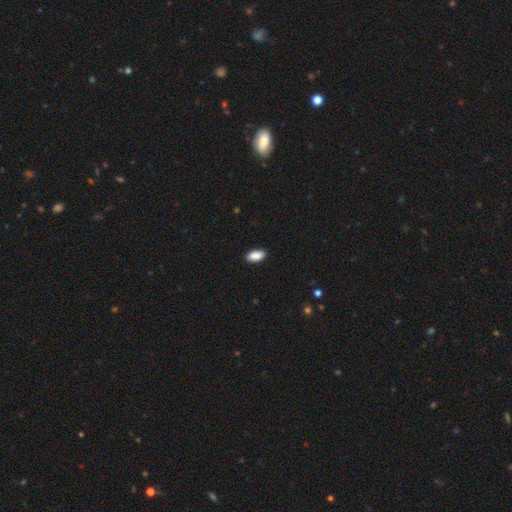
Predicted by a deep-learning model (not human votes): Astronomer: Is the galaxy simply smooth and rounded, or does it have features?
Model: smooth — 90%.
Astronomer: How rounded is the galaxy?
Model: in between — 92%.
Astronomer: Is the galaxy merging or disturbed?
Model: none — 90%.